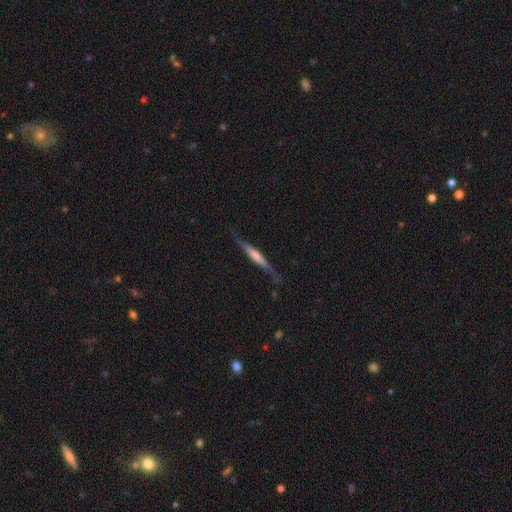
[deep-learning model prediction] A featured or disk galaxy (56%) viewed edge-on (95%) with a rounded central bulge (41%). Merging: none (78%).